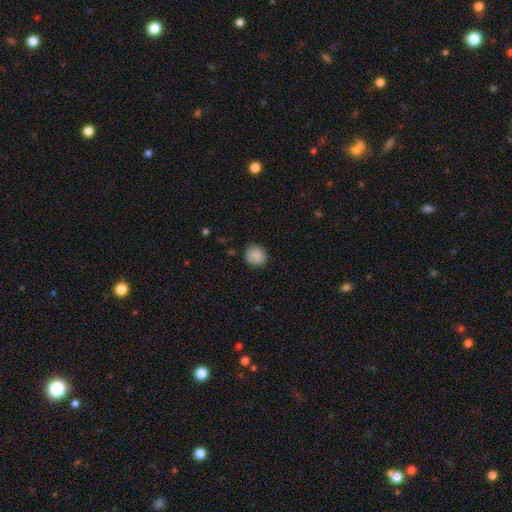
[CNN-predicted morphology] Smooth or featured? smooth (87%)
How rounded? round (81%)
Merging? none (84%)